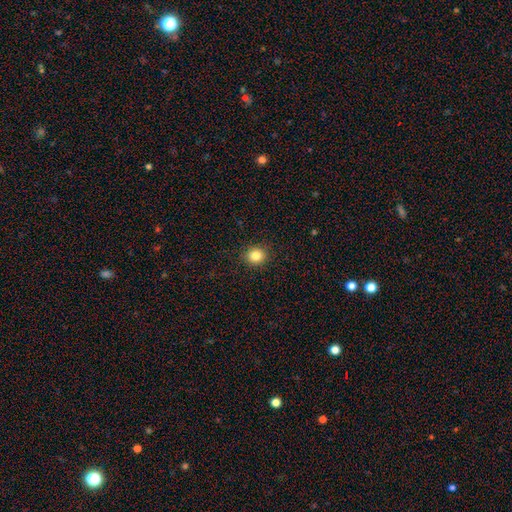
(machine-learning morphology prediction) A smooth galaxy with no disk features (83%) that is round (85%).

Vote fractions:
- Smooth or featured? smooth: 83% / star or artifact: 11% / featured or disk: 6%
- How rounded? round: 85% / in between: 14% / cigar-shaped: 1%
- Merging? none: 92% / minor disturbance: 6% / major disturbance: 2% / merger: 1%